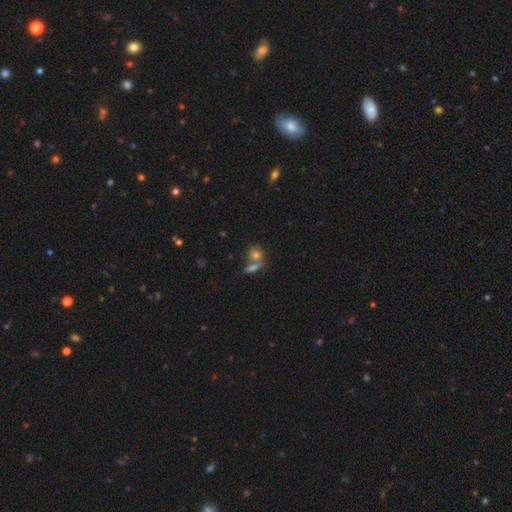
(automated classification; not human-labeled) Smooth or featured? smooth (67%)
How rounded? round (55%)
Merging? none (49%)